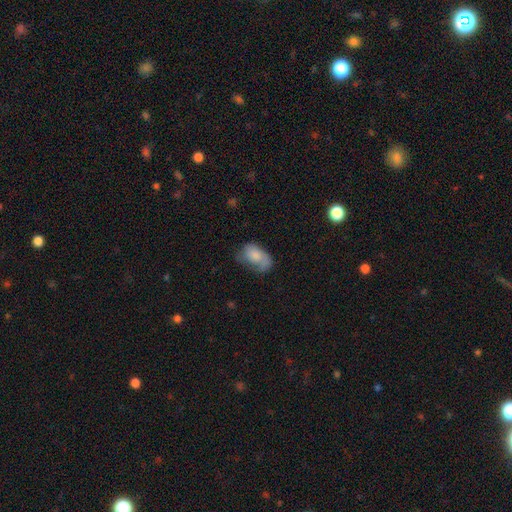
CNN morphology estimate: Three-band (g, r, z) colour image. It shows a smooth galaxy with no disk features (67%) that is in between round and cigar-shaped (89%). Merging: none (35%).